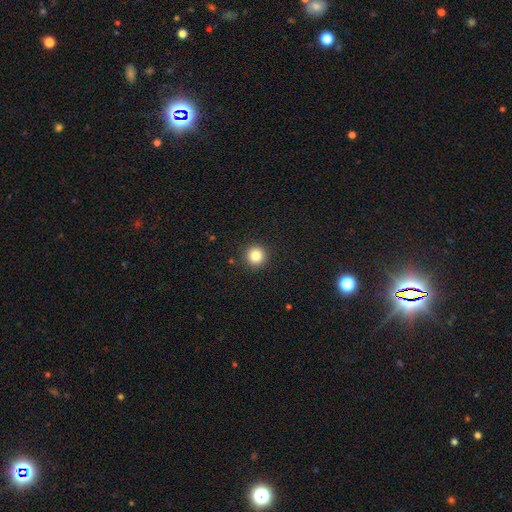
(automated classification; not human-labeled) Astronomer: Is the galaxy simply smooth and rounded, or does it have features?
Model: smooth — 83%.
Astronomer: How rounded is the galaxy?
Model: round — 95%.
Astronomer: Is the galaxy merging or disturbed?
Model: none — 92%.